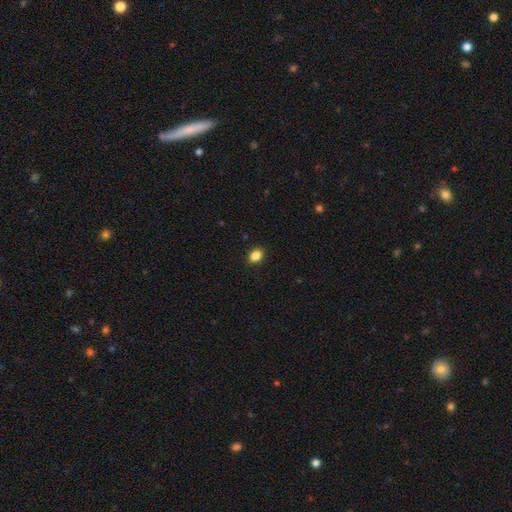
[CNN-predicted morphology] smooth 87%, star or artifact 10%, featured or disk 4%. Down the decision tree: how rounded — in between (68%); merging — none (90%).